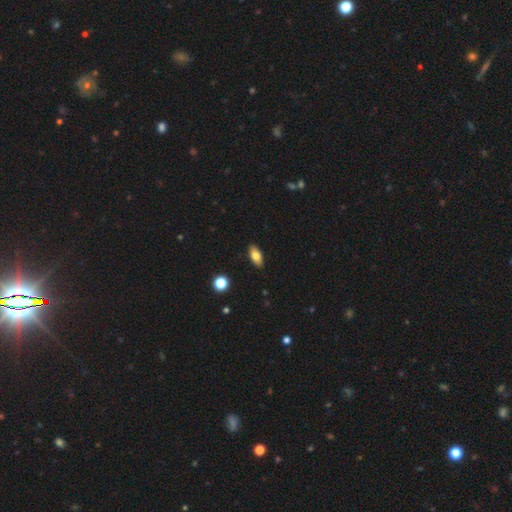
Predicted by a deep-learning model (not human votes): Smooth or featured: smooth — 76% (featured or disk — 17%)
How rounded: in between — 86% (cigar-shaped — 11%)
Merging: none — 89% (minor disturbance — 8%)